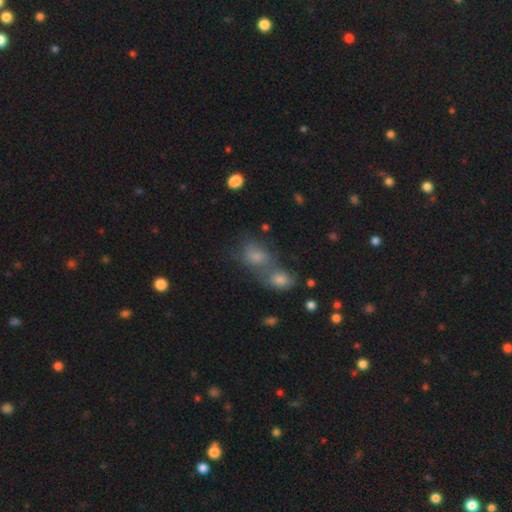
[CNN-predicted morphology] Overall: smooth (72%). How rounded: in between (73%). Merging: merger (57%; none 24%).